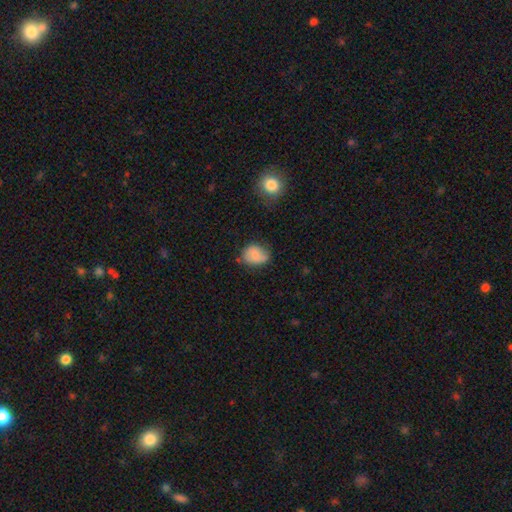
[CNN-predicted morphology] Smooth or featured: smooth — 73% (featured or disk — 17%)
How rounded: round — 51% (in between — 48%)
Merging: none — 58% (minor disturbance — 29%)